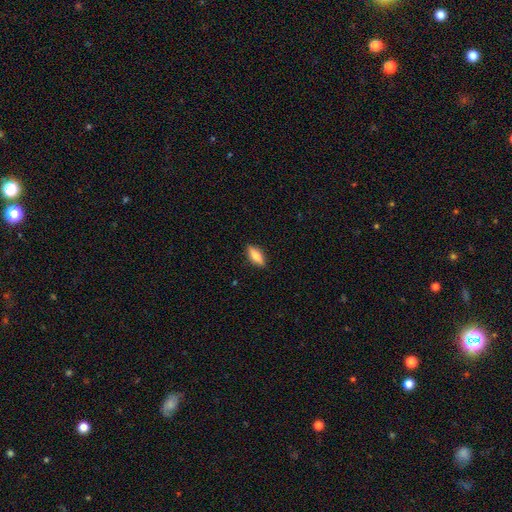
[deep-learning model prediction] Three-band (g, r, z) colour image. It shows a smooth galaxy with no disk features (72%) that is in between round and cigar-shaped (66%). Merging: none (88%).